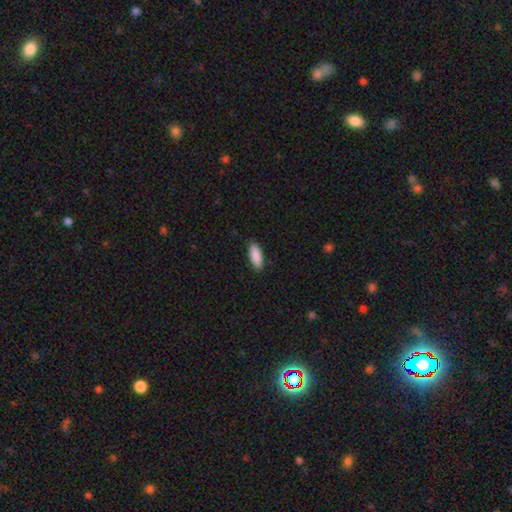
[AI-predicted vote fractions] smooth 90%, star or artifact 6%, featured or disk 4%. Down the decision tree: how rounded — in between (69%); merging — none (88%).